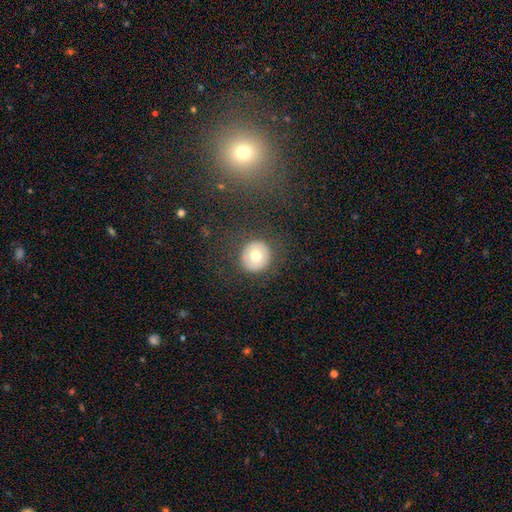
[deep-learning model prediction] smooth 71%, featured or disk 20%, star or artifact 10%. Down the decision tree: how rounded — round (92%); merging — none (87%).